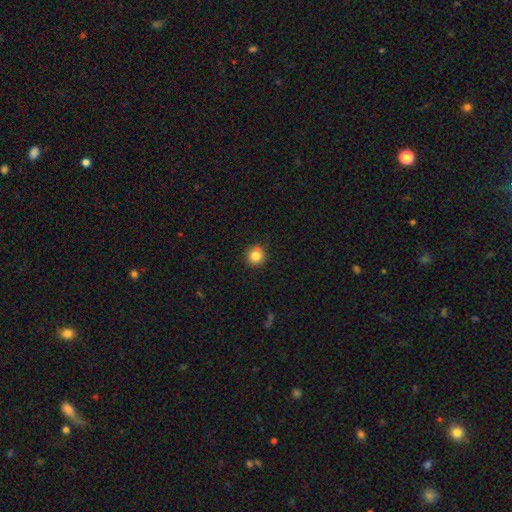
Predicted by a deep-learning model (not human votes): Q: Smooth or featured?
A: smooth (83%); runner-up: star or artifact (11%)
Q: How rounded?
A: round (93%); runner-up: in between (6%)
Q: Merging?
A: none (87%); runner-up: minor disturbance (9%)